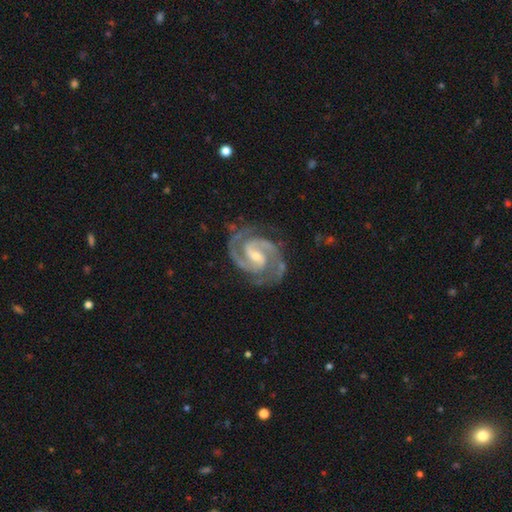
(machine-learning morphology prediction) A featured or disk galaxy (94%) with a weak bar (48%), 2 (87%) medium (51%) spiral arms (99%) and a small central bulge (61%).

Vote fractions:
- Smooth or featured? featured or disk: 94% / star or artifact: 4% / smooth: 2%
- Edge-on disk? no: 98% / yes: 2%
- Bar? weak: 48% / strong: 27% / no: 25%
- Spiral arms? yes: 99% / no: 1%
- Spiral winding? medium: 51% / tight: 44% / loose: 5%
- Spiral arm count? 2: 87% / 3: 7% / can't tell: 2% / 4: 1% / 1: 1% / more than 4: 1%
- Bulge size? small: 61% / moderate: 35% / none: 2% / large: 1% / dominant: 1%
- Merging? none: 79% / minor disturbance: 15% / major disturbance: 5% / merger: 1%